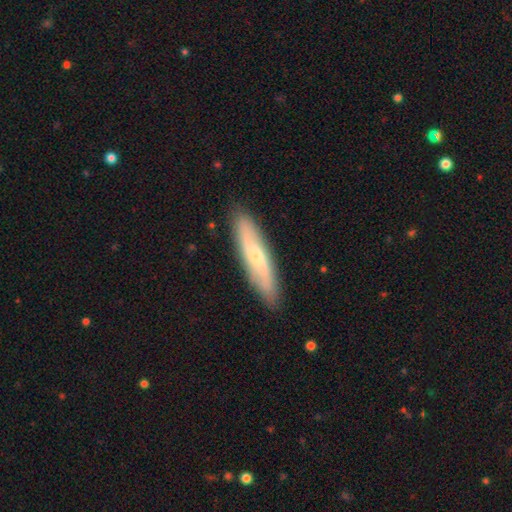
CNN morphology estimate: A featured or disk galaxy (54%). Merging: none (88%).